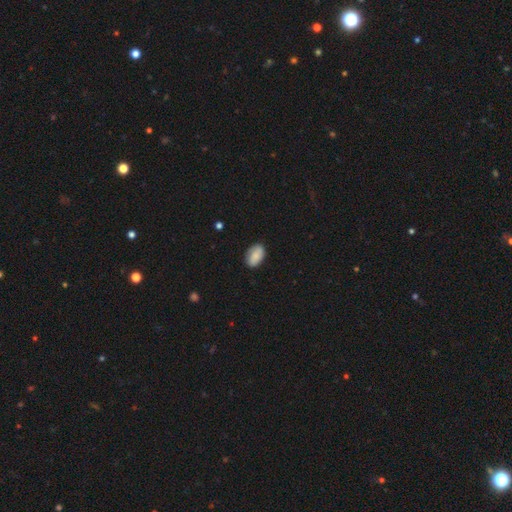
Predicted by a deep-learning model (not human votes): Smooth or featured: smooth — 84% (featured or disk — 9%)
How rounded: in between — 92% (round — 6%)
Merging: none — 82% (minor disturbance — 15%)